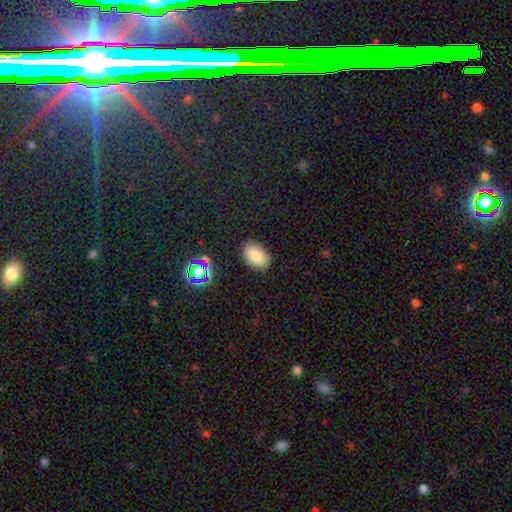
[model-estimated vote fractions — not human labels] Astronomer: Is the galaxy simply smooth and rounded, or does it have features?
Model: smooth — 82%.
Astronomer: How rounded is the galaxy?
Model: in between — 86%.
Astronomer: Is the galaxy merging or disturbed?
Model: none — 86%.